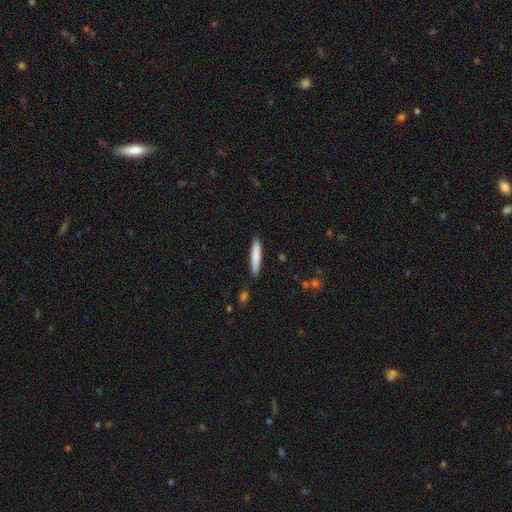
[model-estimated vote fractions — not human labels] This is likely a smooth galaxy (79%). How rounded: clearly cigar-shaped (93%). Merging: clearly none (90%).